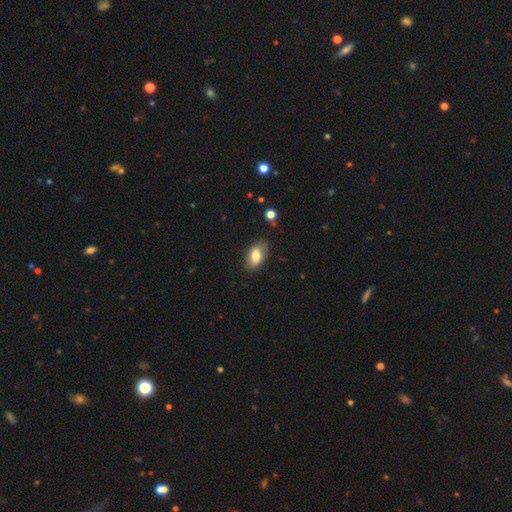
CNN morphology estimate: Overall: smooth (73%). How rounded: in between (91%). Merging: none (75%).